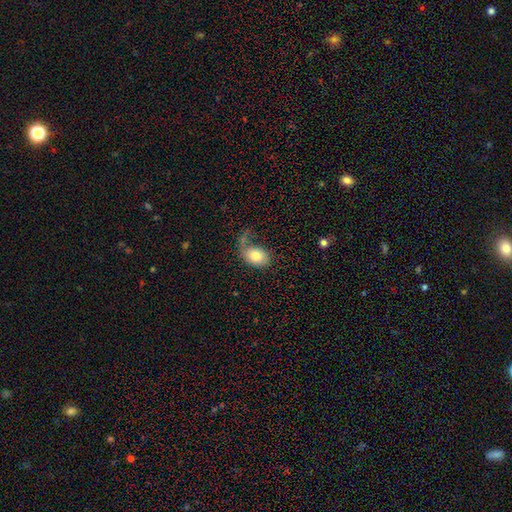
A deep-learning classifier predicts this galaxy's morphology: Smooth or featured?
  - smooth: 69% *
  - featured or disk: 23%
  - star or artifact: 7%
How rounded?
  - in between: 74% *
  - round: 25%
  - cigar-shaped: 1%
Merging?
  - major disturbance: 42% *
  - none: 33%
  - minor disturbance: 20%
  - merger: 6%